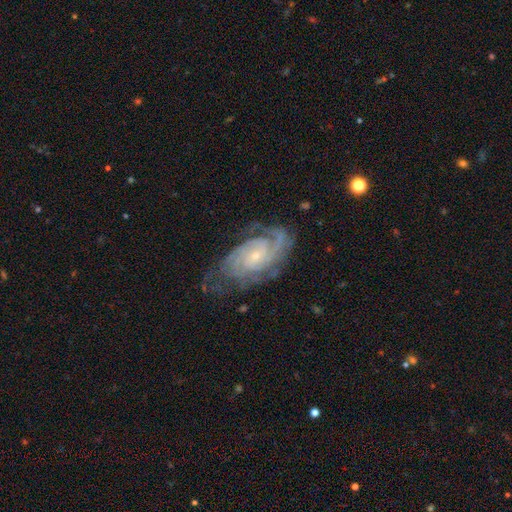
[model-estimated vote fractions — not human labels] Overall: featured or disk (90%). Edge-on disk: no (96%). Bar: no (68%). Spiral arms: yes (98%). Spiral arm count: 2 (34%; 3 23%). Spiral winding: tight (69%). Bulge size: small (77%). Merging: none (68%).